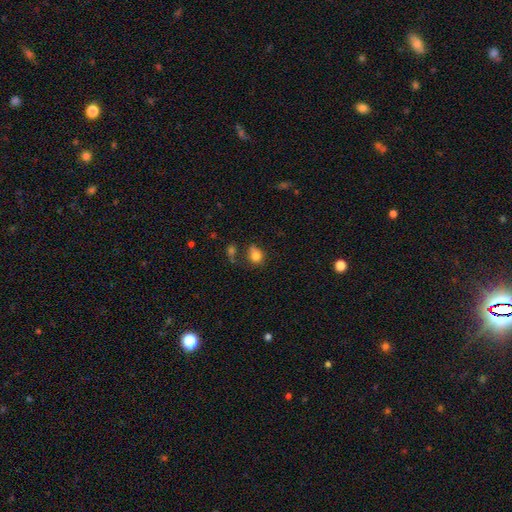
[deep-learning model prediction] smooth 80%, star or artifact 11%, featured or disk 9%. Down the decision tree: how rounded — round (59%); merging — none (47%).